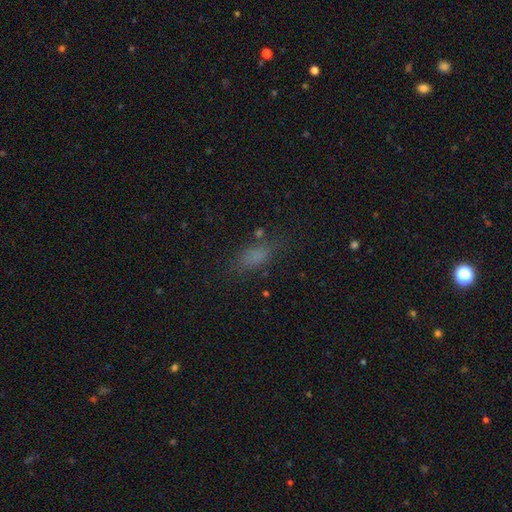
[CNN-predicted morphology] Smooth or featured?
  - smooth: 73% *
  - star or artifact: 17%
  - featured or disk: 10%
How rounded?
  - in between: 74% *
  - cigar-shaped: 21%
  - round: 5%
Merging?
  - none: 69% *
  - minor disturbance: 18%
  - major disturbance: 9%
  - merger: 3%